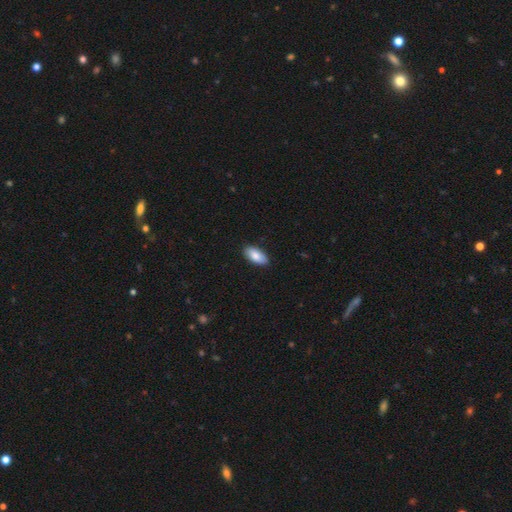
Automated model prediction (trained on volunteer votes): Smooth or featured? smooth (85%)
How rounded? in between (93%)
Merging? none (88%)